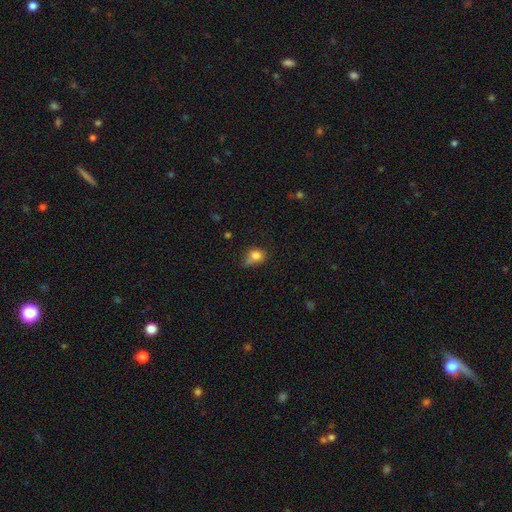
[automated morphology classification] Overall: smooth (79%). How rounded: round (59%; in between 39%). Merging: none (39%; minor disturbance 37%).